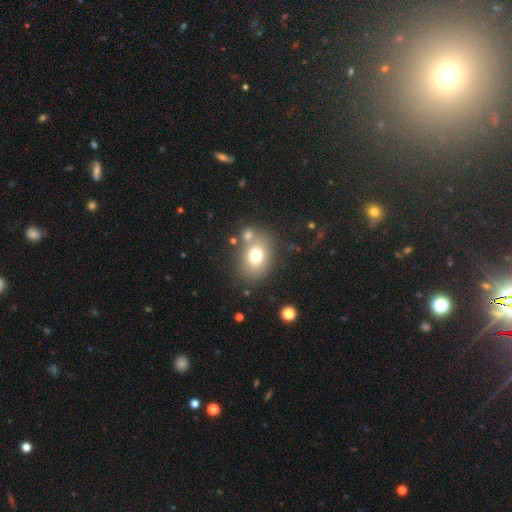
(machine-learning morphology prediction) Smooth or featured?
  - smooth: 72% *
  - featured or disk: 16%
  - star or artifact: 12%
How rounded?
  - in between: 57% *
  - round: 42%
  - cigar-shaped: 1%
Merging?
  - none: 67% *
  - merger: 15%
  - minor disturbance: 13%
  - major disturbance: 5%